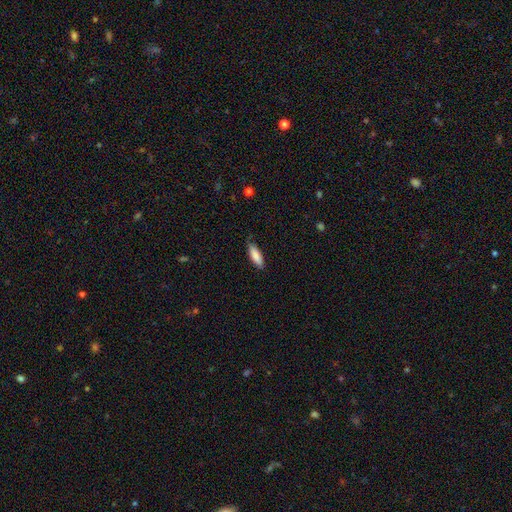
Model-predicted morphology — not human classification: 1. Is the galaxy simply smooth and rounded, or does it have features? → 87% smooth, 7% featured or disk, 6% star or artifact.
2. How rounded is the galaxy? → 60% in between, 39% cigar-shaped, 2% round.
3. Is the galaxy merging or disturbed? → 83% none, 14% minor disturbance, 2% major disturbance, 1% merger.